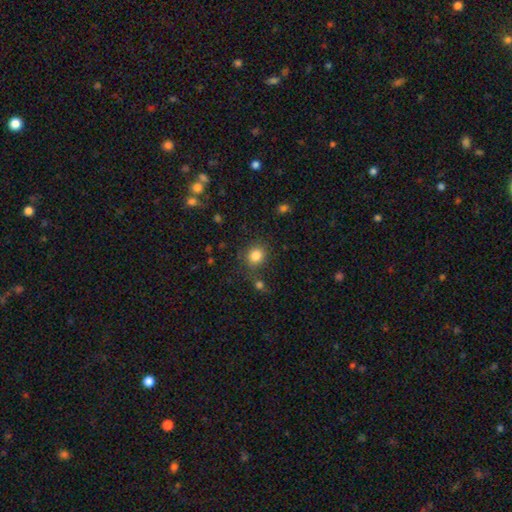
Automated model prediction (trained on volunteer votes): A smooth galaxy with no disk features (83%) that is round (79%).

Vote fractions:
- Smooth or featured? smooth: 83% / star or artifact: 11% / featured or disk: 5%
- How rounded? round: 79% / in between: 20% / cigar-shaped: 1%
- Merging? none: 77% / minor disturbance: 12% / merger: 7% / major disturbance: 5%